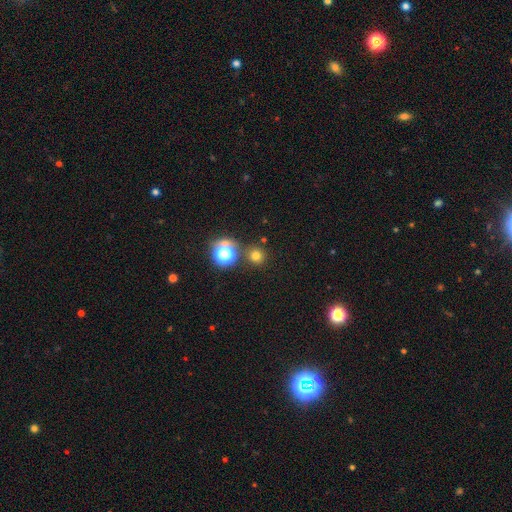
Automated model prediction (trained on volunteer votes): The model was most divided on "smooth or featured": smooth: 69%, star or artifact: 24%, featured or disk: 7%. More confident: how rounded — round (92%); merging — none (80%).